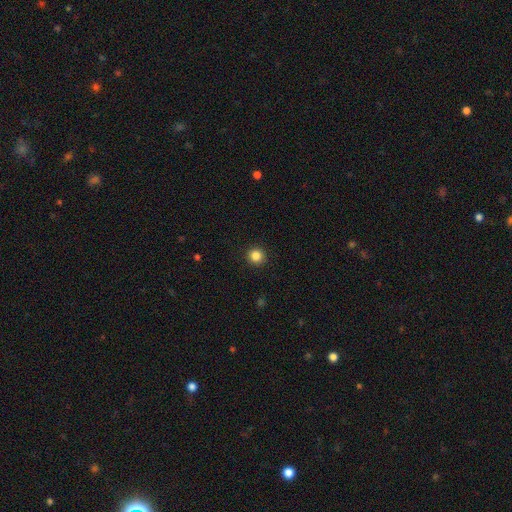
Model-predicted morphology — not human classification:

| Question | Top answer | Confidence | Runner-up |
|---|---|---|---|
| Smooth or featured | smooth | 86% | star or artifact (11%) |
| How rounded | round | 95% | in between (4%) |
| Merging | none | 93% | minor disturbance (5%) |